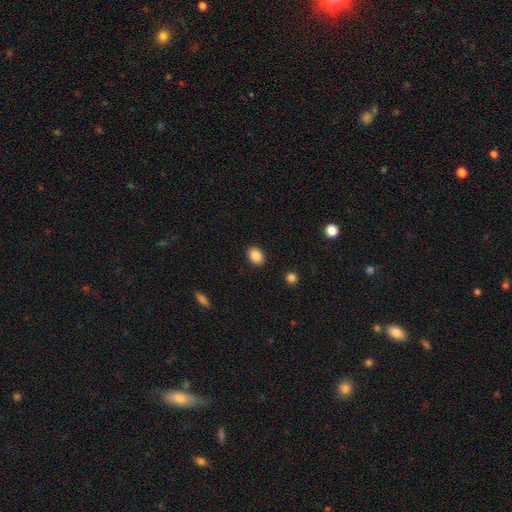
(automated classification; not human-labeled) Smooth or featured? Predicted: smooth (p=0.87). How rounded? Predicted: in between (p=0.69). Merging? Predicted: none (p=0.90).